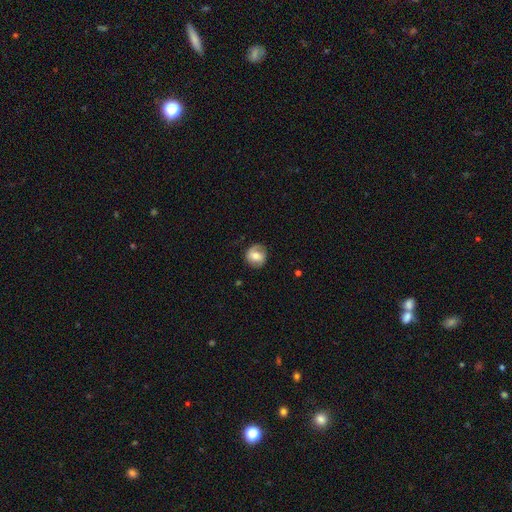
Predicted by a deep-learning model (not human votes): Smooth or featured?
  - smooth: 55% *
  - featured or disk: 38%
  - star or artifact: 8%
How rounded?
  - round: 81% *
  - in between: 18%
  - cigar-shaped: 1%
Merging?
  - none: 78% *
  - minor disturbance: 16%
  - major disturbance: 5%
  - merger: 1%